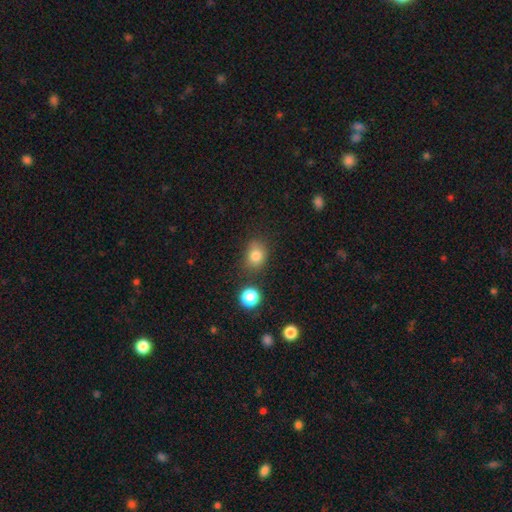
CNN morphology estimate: smooth 81%, star or artifact 12%, featured or disk 7%. Down the decision tree: how rounded — round (53%); merging — none (69%).